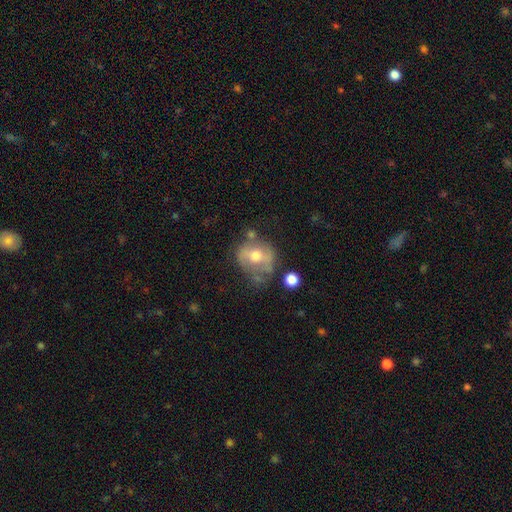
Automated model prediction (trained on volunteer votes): Smooth or featured? featured or disk (52%)
Edge-on disk? no (95%)
Merging? none (49%)